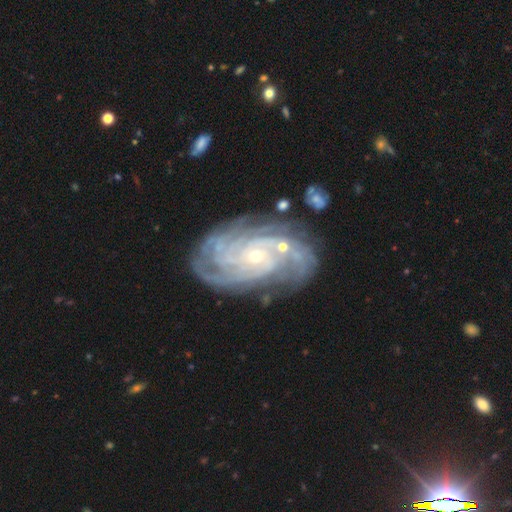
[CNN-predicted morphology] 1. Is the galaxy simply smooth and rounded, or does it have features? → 91% featured or disk, 5% star or artifact, 4% smooth.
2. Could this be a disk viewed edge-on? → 97% no, 3% yes.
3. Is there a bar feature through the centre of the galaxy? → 71% no, 21% weak, 7% strong.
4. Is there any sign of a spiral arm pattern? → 98% yes, 2% no.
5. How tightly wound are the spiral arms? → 75% tight, 21% medium, 4% loose.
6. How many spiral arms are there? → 30% 4, 24% more than 4, 18% can't tell, 13% 3, 8% 2, 7% 1.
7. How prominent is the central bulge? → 79% small, 18% moderate, 1% large, 1% none, 1% dominant.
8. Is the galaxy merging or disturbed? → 73% none, 16% minor disturbance, 6% major disturbance, 5% merger.